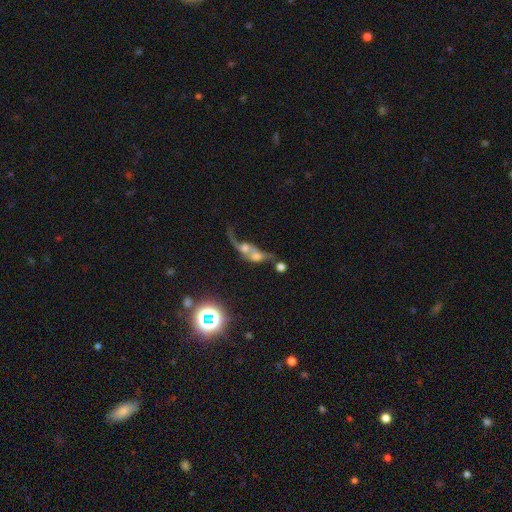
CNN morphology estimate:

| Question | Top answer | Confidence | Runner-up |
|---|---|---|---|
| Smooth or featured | featured or disk | 48% | smooth (34%) |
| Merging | merger | 70% | major disturbance (14%) |